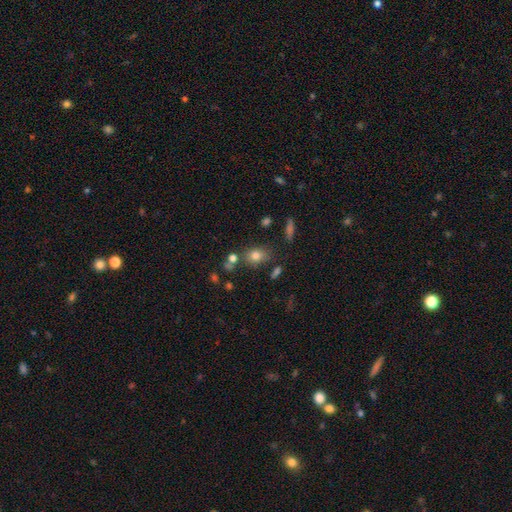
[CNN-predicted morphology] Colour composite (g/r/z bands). It shows a smooth galaxy with no disk features (76%) that is in between round and cigar-shaped (63%). Merging: none (70%).